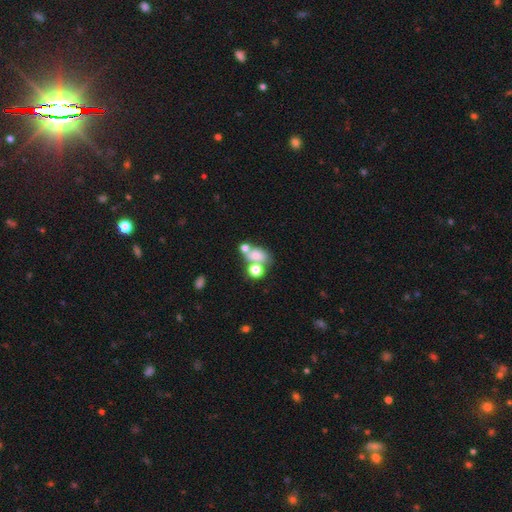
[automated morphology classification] Smooth or featured?
  - smooth: 67% *
  - featured or disk: 18%
  - star or artifact: 15%
How rounded?
  - in between: 62% *
  - round: 36%
  - cigar-shaped: 2%
Merging?
  - merger: 44% *
  - none: 35%
  - minor disturbance: 12%
  - major disturbance: 9%